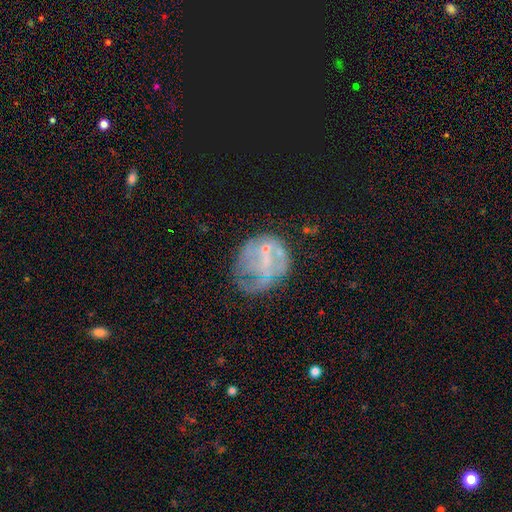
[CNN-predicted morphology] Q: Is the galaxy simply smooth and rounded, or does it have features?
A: featured or disk — 54%.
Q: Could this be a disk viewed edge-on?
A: no — 98%.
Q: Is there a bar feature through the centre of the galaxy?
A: no — 75%.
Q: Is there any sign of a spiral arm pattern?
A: no — 78%.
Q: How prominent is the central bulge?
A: none — 45%.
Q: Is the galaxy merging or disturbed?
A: none — 40%.